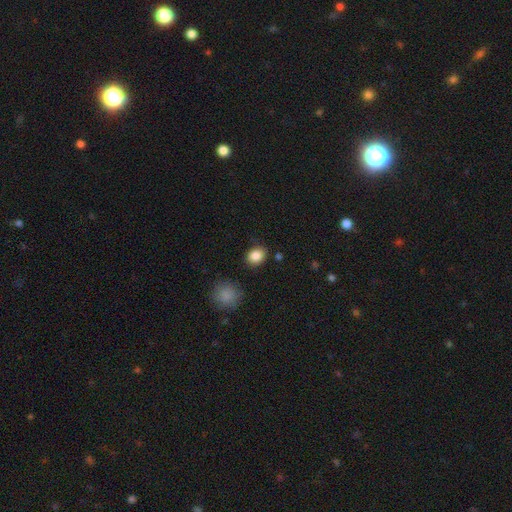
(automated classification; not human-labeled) Morphology: type=smooth (86%); roundness=round (52%); merging=none (84%).